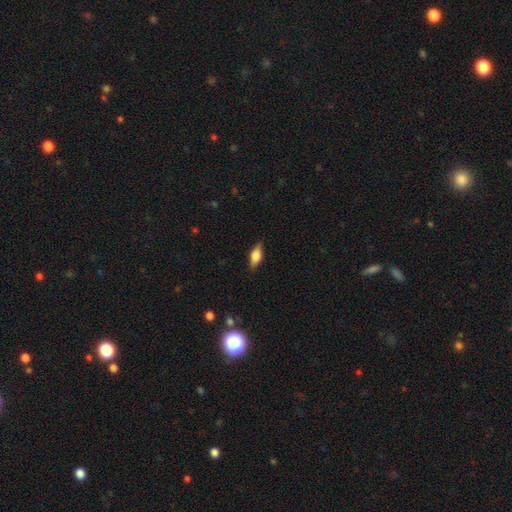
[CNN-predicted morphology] smooth-or-featured: smooth: 65% | featured or disk: 28% | star or artifact: 7%
  how-rounded: in between: 76% | cigar-shaped: 21% | round: 4%
  merging: none: 83% | minor disturbance: 13% | major disturbance: 3% | merger: 1%